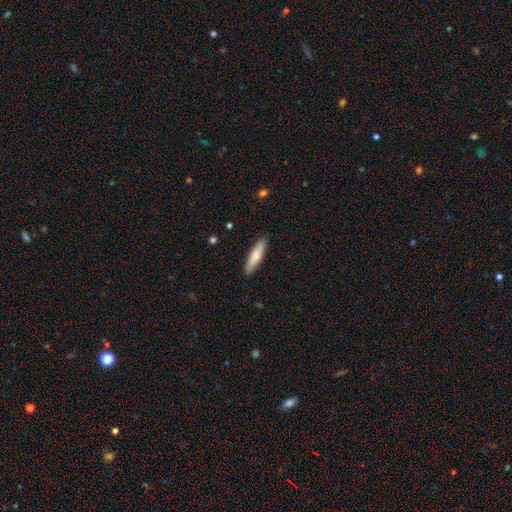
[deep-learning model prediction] Morphology: type=smooth (76%); roundness=cigar-shaped (72%); merging=none (89%).